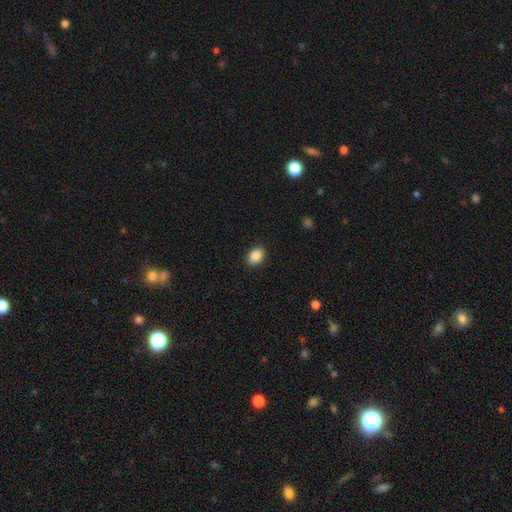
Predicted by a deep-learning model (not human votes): Smooth or featured?
  - smooth: 88% *
  - star or artifact: 8%
  - featured or disk: 4%
How rounded?
  - in between: 73% *
  - round: 26%
  - cigar-shaped: 1%
Merging?
  - none: 90% *
  - minor disturbance: 7%
  - major disturbance: 2%
  - merger: 1%